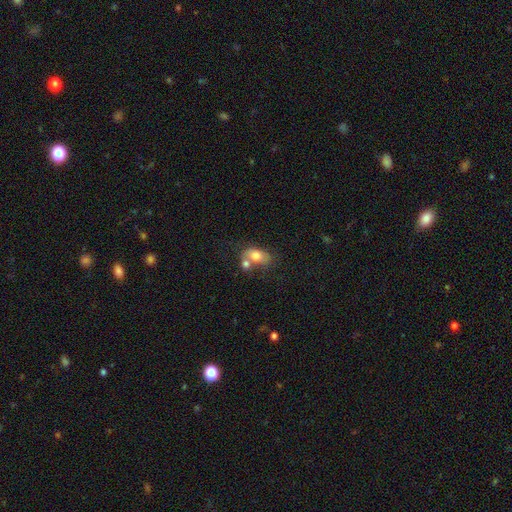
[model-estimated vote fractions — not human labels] Overall: smooth (71%). How rounded: in between (83%). Merging: merger (45%; none 31%).